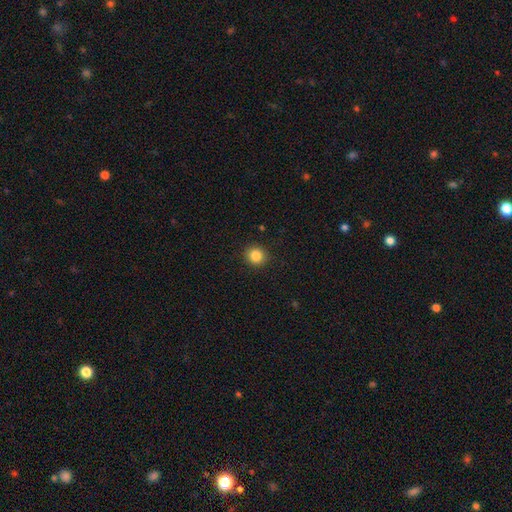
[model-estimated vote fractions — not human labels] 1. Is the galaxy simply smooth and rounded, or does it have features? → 85% smooth, 11% star or artifact, 4% featured or disk.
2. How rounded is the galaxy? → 88% round, 11% in between, 1% cigar-shaped.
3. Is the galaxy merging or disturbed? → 91% none, 6% minor disturbance, 2% major disturbance, 1% merger.